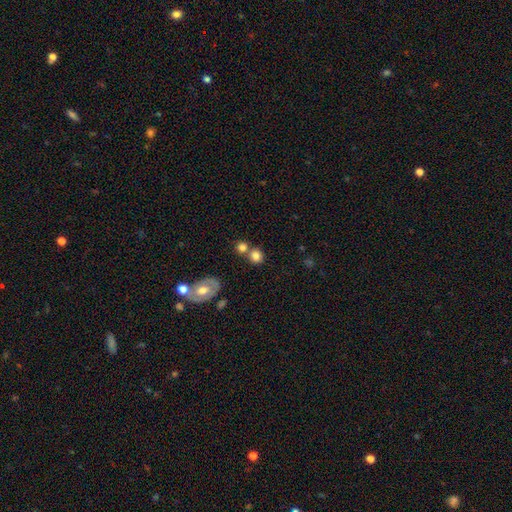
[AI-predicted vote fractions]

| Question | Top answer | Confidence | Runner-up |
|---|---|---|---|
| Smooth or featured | smooth | 80% | star or artifact (11%) |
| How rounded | round | 81% | in between (18%) |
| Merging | none | 56% | merger (32%) |